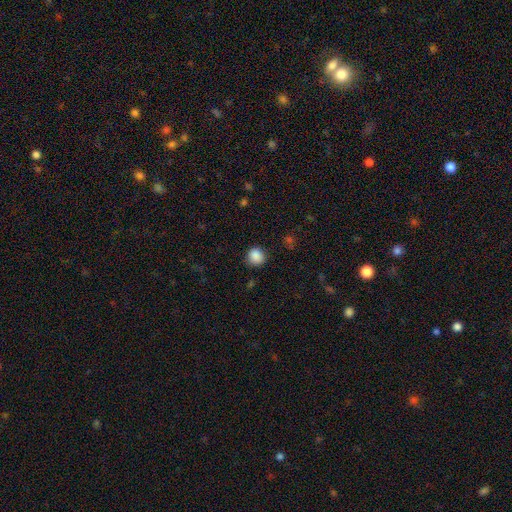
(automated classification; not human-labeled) Smooth or featured? Predicted: smooth (p=0.87). How rounded? Predicted: round (p=0.88). Merging? Predicted: none (p=0.87).